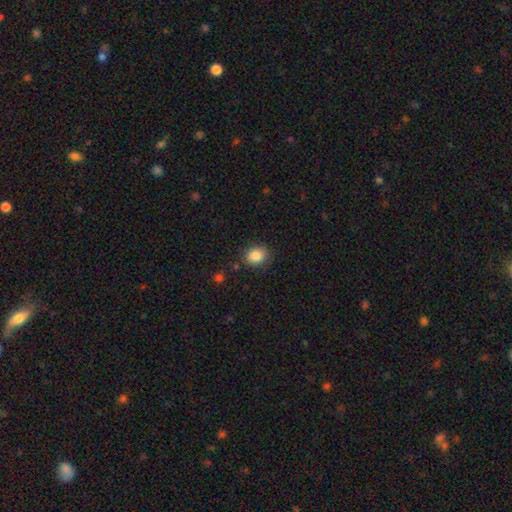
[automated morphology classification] Smooth or featured: smooth — 86% (star or artifact — 9%)
How rounded: round — 55% (in between — 44%)
Merging: none — 84% (minor disturbance — 11%)